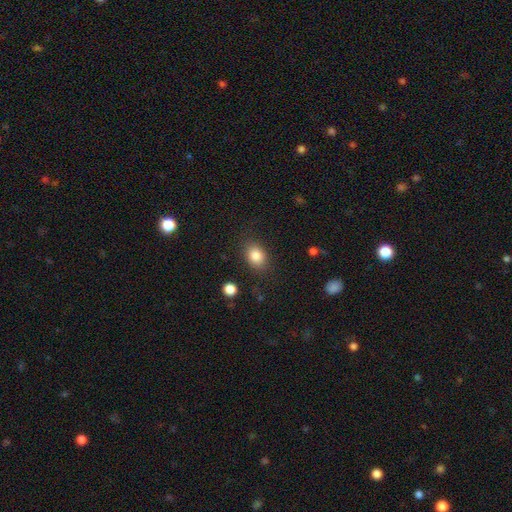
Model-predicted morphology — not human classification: smooth 84%, star or artifact 9%, featured or disk 7%. Down the decision tree: how rounded — in between (68%); merging — none (82%).